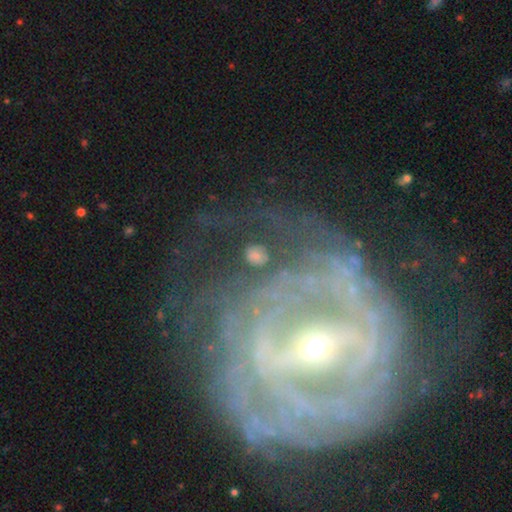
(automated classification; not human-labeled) Q: Smooth or featured?
A: smooth (50%); runner-up: star or artifact (29%)
Q: How rounded?
A: round (74%); runner-up: in between (24%)
Q: Merging?
A: none (76%); runner-up: minor disturbance (12%)